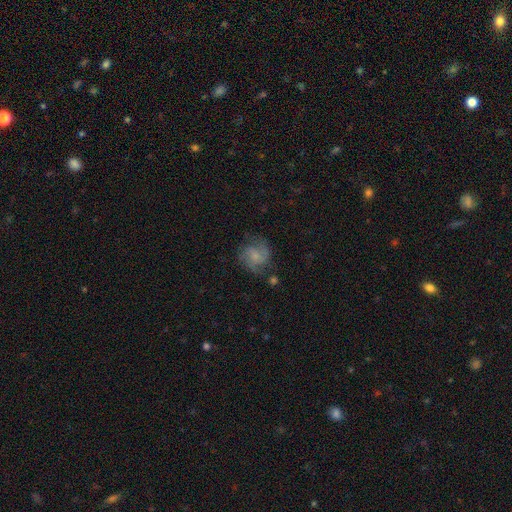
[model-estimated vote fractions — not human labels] Overall: featured or disk (55%; smooth 36%). Edge-on disk: no (98%). Bar: no (62%; weak 33%). Spiral arms: yes (87%). Bulge size: small (47%; moderate 24%). Merging: none (61%; minor disturbance 22%).